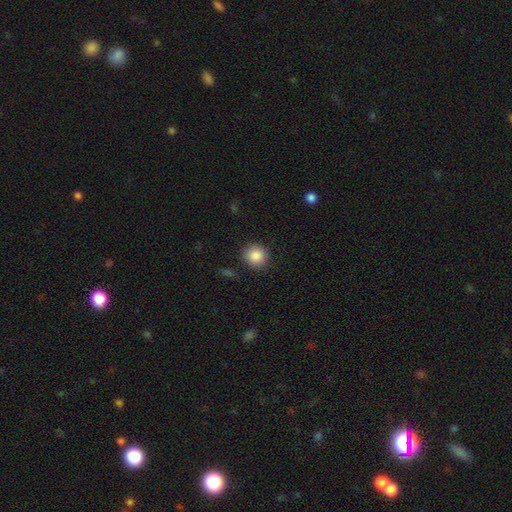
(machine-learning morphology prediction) A smooth galaxy with no disk features (87%) that is round (89%). Merging: none (88%).